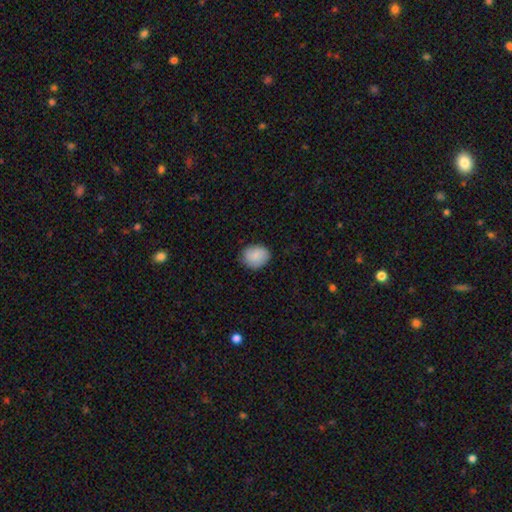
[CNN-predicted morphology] Smooth or featured: smooth — 87% (star or artifact — 7%)
How rounded: round — 54% (in between — 46%)
Merging: none — 83% (minor disturbance — 14%)